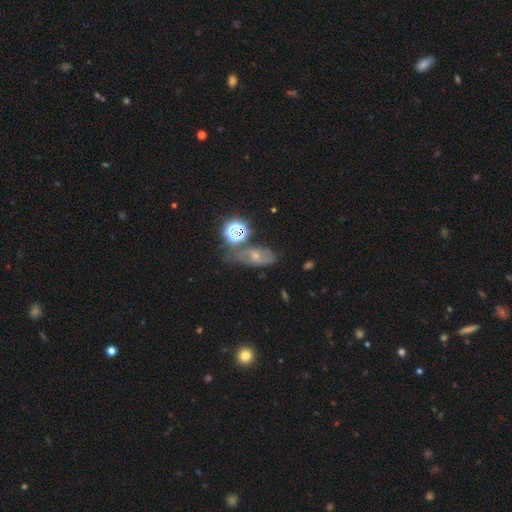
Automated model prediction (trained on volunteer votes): A smooth galaxy with no disk features (39%). Merging: none (49%).